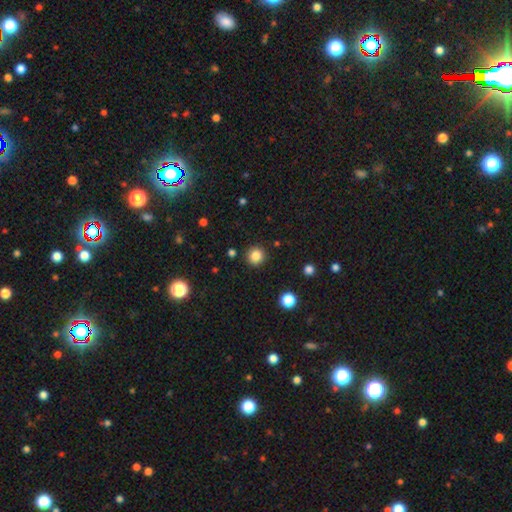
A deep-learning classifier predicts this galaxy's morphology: Q: Smooth or featured?
A: smooth (84%); runner-up: star or artifact (12%)
Q: How rounded?
A: round (93%); runner-up: in between (6%)
Q: Merging?
A: none (90%); runner-up: minor disturbance (6%)